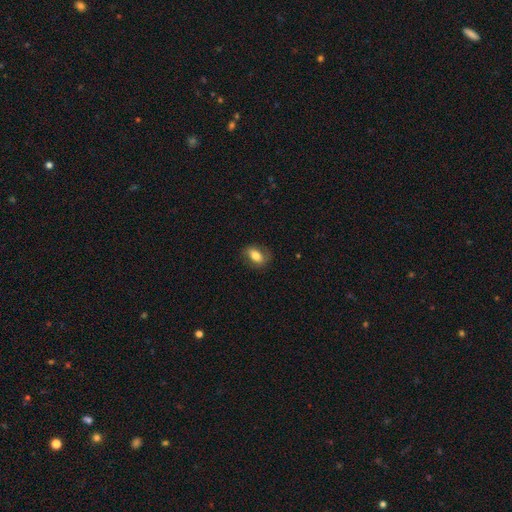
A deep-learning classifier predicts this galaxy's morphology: A smooth galaxy with no disk features (73%) that is in between round and cigar-shaped (84%). Merging: none (75%).